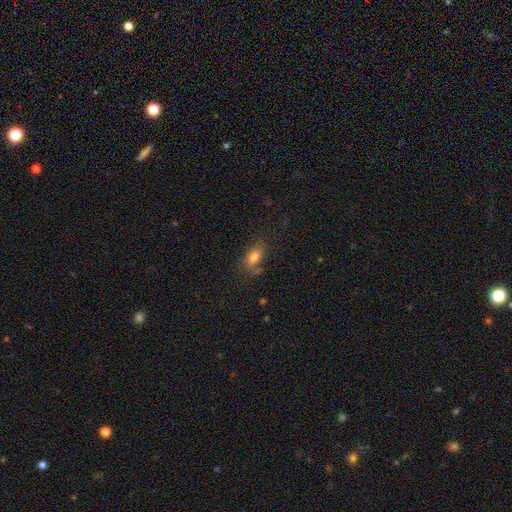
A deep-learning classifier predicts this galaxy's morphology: Smooth or featured: smooth — 74% (star or artifact — 15%)
How rounded: in between — 80% (round — 12%)
Merging: none — 73% (minor disturbance — 16%)